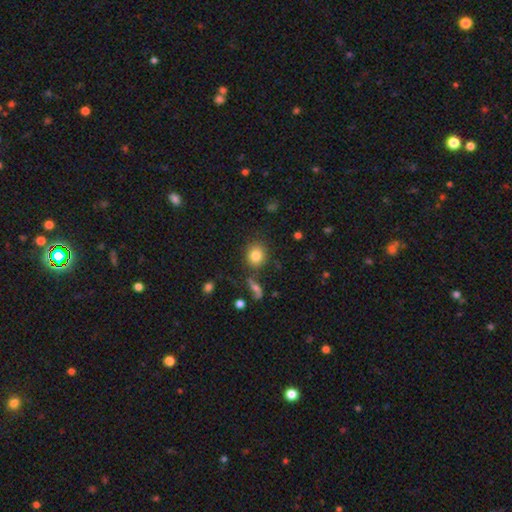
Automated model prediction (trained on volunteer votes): The model was most divided on "how rounded": round: 77%, in between: 22%, cigar-shaped: 1%. More confident: smooth or featured — smooth (81%); merging — none (80%).